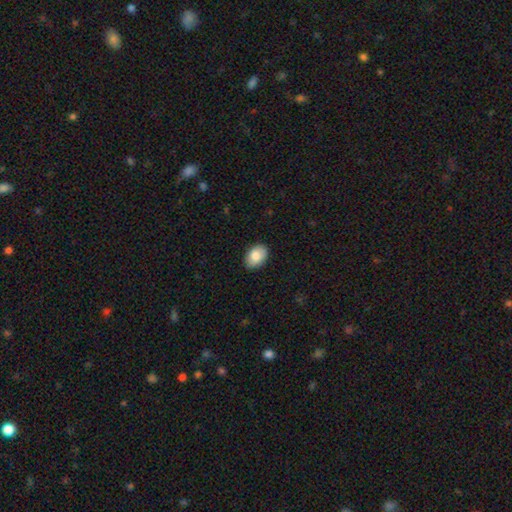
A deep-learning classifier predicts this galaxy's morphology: Smooth or featured?
  - smooth: 84% *
  - featured or disk: 9%
  - star or artifact: 6%
How rounded?
  - in between: 83% *
  - round: 16%
  - cigar-shaped: 1%
Merging?
  - none: 85% *
  - minor disturbance: 12%
  - major disturbance: 2%
  - merger: 1%